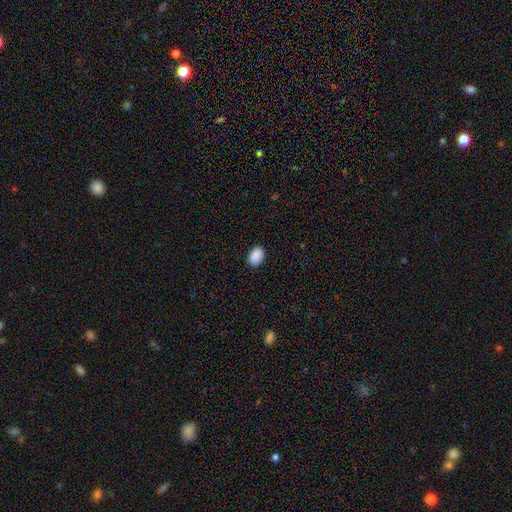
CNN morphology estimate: Overall: smooth (90%). How rounded: in between (87%). Merging: none (88%).